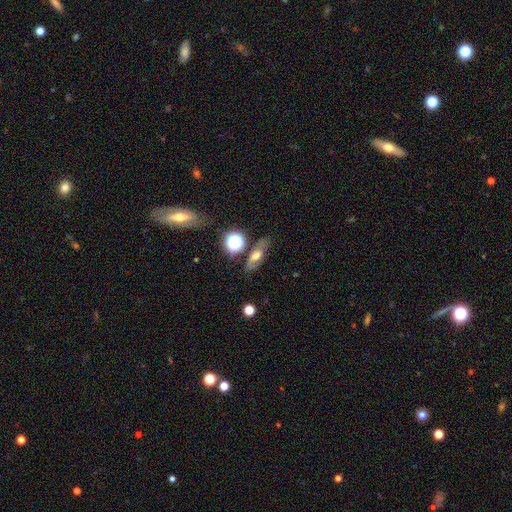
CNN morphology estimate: A smooth galaxy with no disk features (44%).

Vote fractions:
- Smooth or featured? smooth: 44% / featured or disk: 39% / star or artifact: 16%
- Merging? none: 73% / minor disturbance: 15% / merger: 6% / major disturbance: 6%